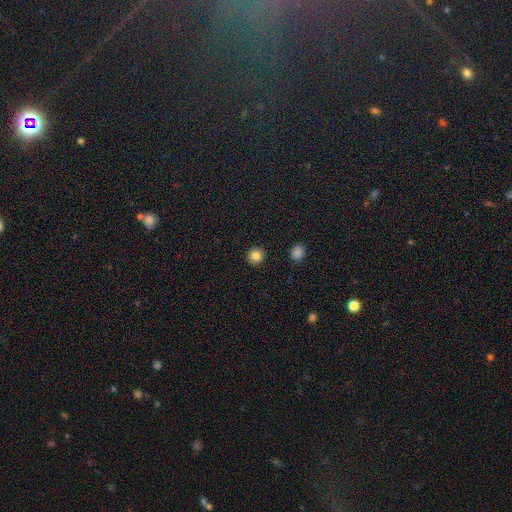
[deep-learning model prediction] smooth-or-featured: smooth: 84% | star or artifact: 11% | featured or disk: 5%
  how-rounded: round: 93% | in between: 6% | cigar-shaped: 1%
  merging: none: 93% | minor disturbance: 4% | major disturbance: 2% | merger: 1%